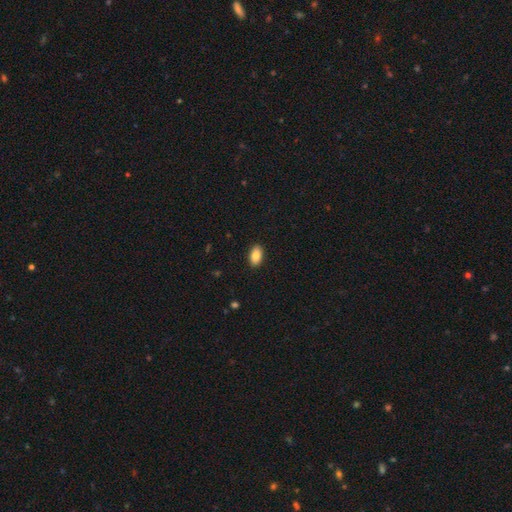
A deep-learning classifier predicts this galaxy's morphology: Q: Smooth or featured?
A: smooth (85%); runner-up: featured or disk (7%)
Q: How rounded?
A: in between (92%); runner-up: round (5%)
Q: Merging?
A: none (90%); runner-up: minor disturbance (7%)